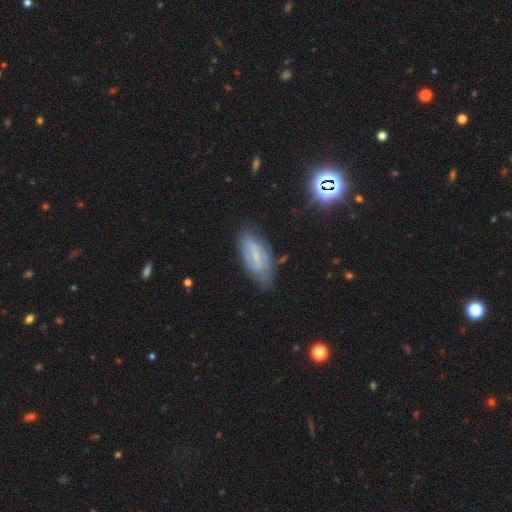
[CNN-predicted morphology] smooth_or_featured: featured or disk (p=0.59) [alt: smooth p=0.30]
disk_edge_on: no (p=0.87) [alt: yes p=0.13]
bar: weak (p=0.49) [alt: strong p=0.29]
has_spiral_arms: yes (p=0.69) [alt: no p=0.31]
bulge_size: small (p=0.56) [alt: none p=0.21]
merging: none (p=0.67) [alt: minor disturbance p=0.24]